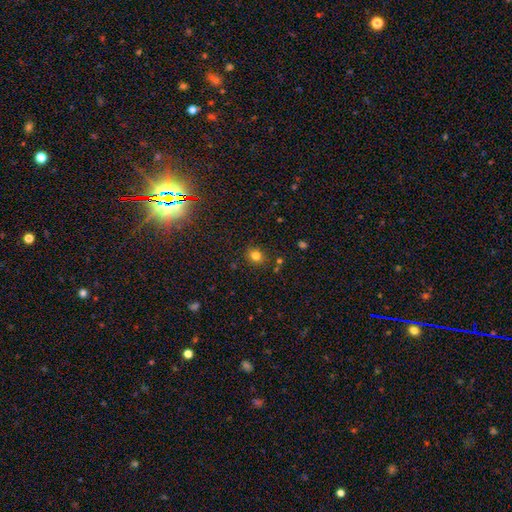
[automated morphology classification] This appears to be a smooth galaxy with no disk features (79%) that is round (77%). Merging: none (85%).